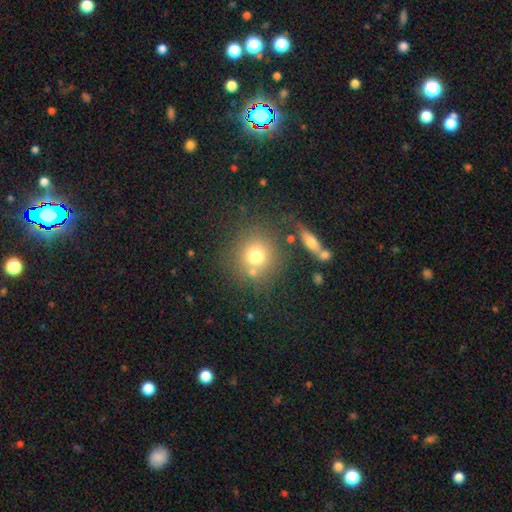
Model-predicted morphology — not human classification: This is likely a smooth galaxy (72%). How rounded: clearly round (90%). Merging: likely none (72%).